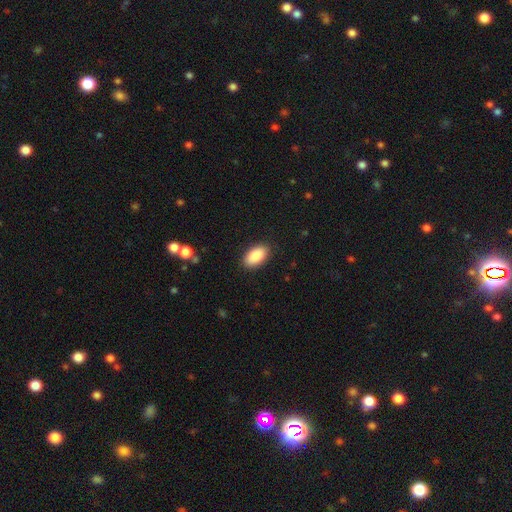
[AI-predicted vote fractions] smooth 89%, star or artifact 7%, featured or disk 4%. Down the decision tree: how rounded — in between (94%); merging — none (88%).